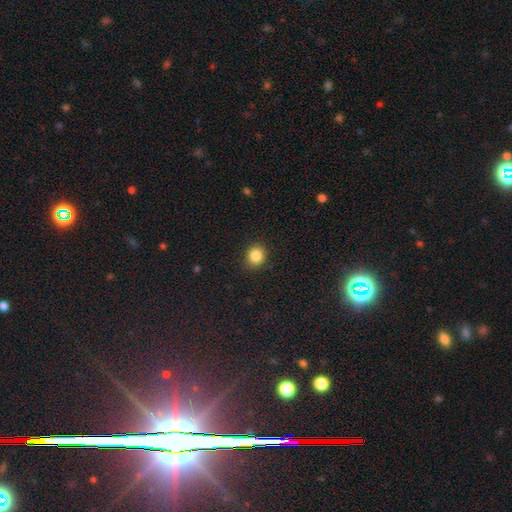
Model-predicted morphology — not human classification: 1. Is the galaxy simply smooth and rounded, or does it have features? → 85% smooth, 11% star or artifact, 5% featured or disk.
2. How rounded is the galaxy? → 82% round, 17% in between, 1% cigar-shaped.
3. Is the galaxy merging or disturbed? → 88% none, 9% minor disturbance, 2% major disturbance, 1% merger.